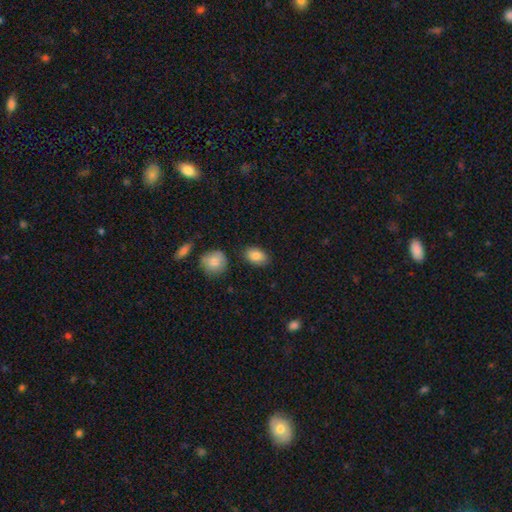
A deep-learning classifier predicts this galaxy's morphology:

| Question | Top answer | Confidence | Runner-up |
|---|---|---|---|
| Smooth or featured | smooth | 86% | star or artifact (8%) |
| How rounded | in between | 86% | round (13%) |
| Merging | none | 83% | minor disturbance (11%) |